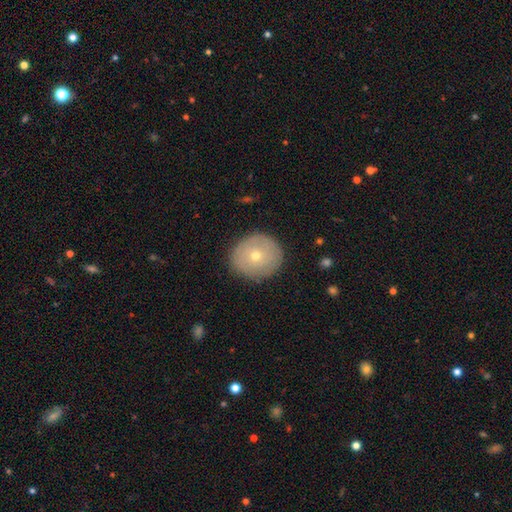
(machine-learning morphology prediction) This is possibly a smooth galaxy (59%). How rounded: clearly round (86%). Merging: clearly none (86%).